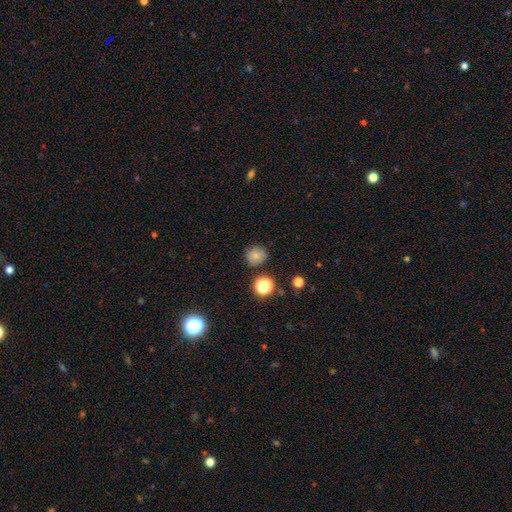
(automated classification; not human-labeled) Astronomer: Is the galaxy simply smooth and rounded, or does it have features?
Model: smooth — 76%.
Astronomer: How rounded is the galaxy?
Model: round — 87%.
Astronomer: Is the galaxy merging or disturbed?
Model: none — 82%.